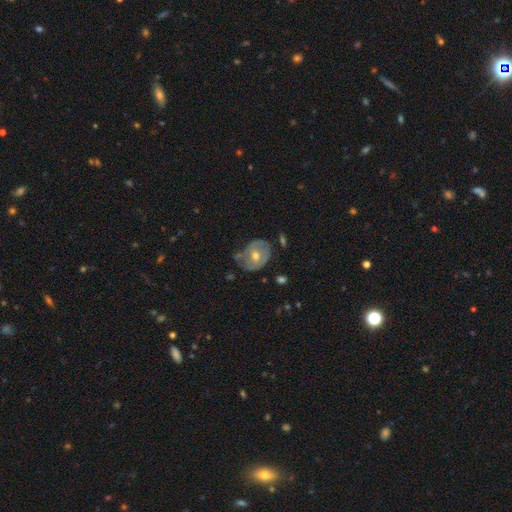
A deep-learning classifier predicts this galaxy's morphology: The model was most divided on "spiral arms": no: 54%, yes: 46%. More confident: edge-on disk — no (95%); bar — no (74%); bulge size — moderate (71%); smooth or featured — featured or disk (59%); merging — none (56%).